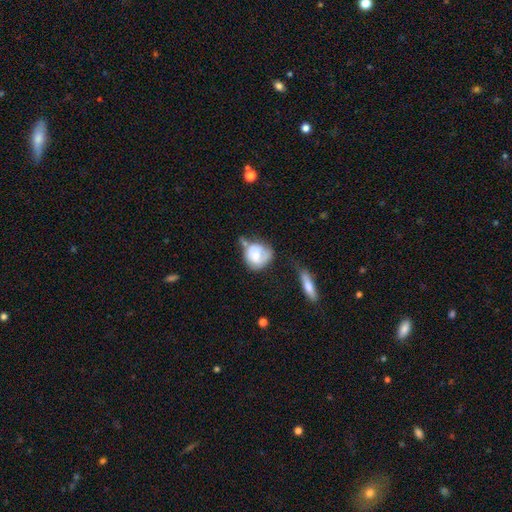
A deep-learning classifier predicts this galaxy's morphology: smooth_or_featured: smooth (p=0.59) [alt: featured or disk p=0.34]
how_rounded: round (p=0.71) [alt: in between p=0.28]
merging: none (p=0.32) [tied with: minor disturbance p=0.32]